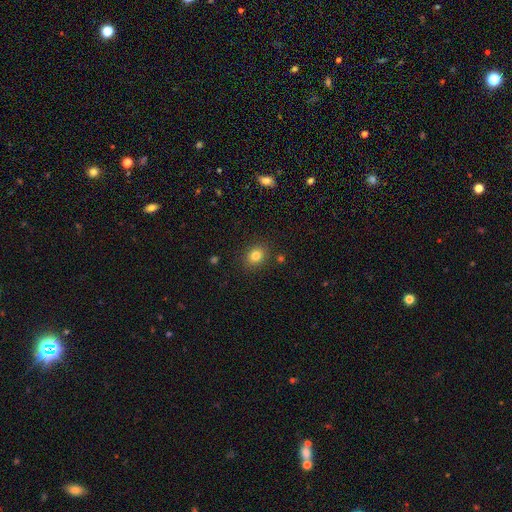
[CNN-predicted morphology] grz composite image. It shows a smooth galaxy with no disk features (81%) that is round (62%). Merging: none (87%).